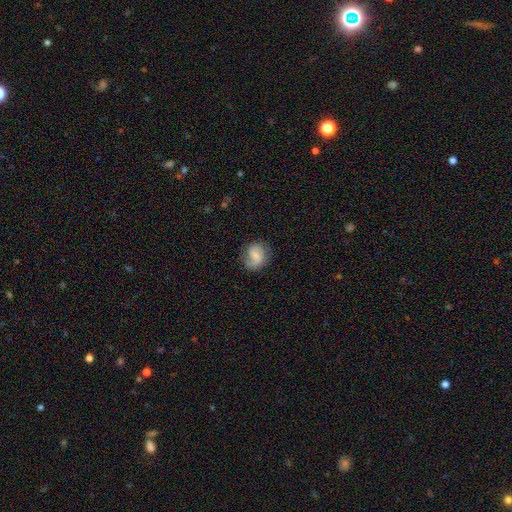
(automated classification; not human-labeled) smooth-or-featured: featured or disk: 63% | smooth: 30% | star or artifact: 7%
  disk-edge-on: no: 98% | yes: 2%
    bar: no: 49% | weak: 42% | strong: 8%
    has-spiral-arms: yes: 92% | no: 8%
      spiral-winding: medium: 44% | tight: 30% | loose: 26%
      spiral-arm-count: 2: 61% | 1: 29% | can't tell: 7% | 3: 1% | 4: 1% | more than 4: 1%
    bulge-size: small: 54% | moderate: 29% | none: 13% | large: 3% | dominant: 1%
  merging: none: 69% | minor disturbance: 20% | major disturbance: 10% | merger: 1%